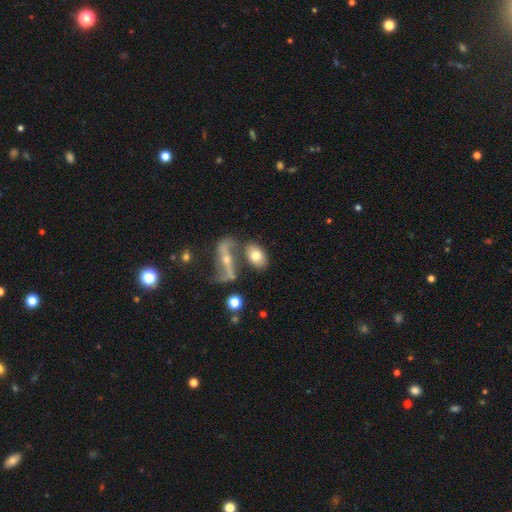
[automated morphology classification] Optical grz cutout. It shows a smooth galaxy with no disk features (65%) that is in between round and cigar-shaped (88%). Merging: none (60%).